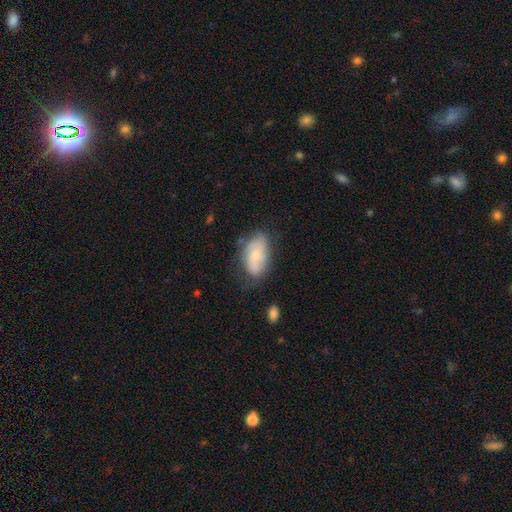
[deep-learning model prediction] Smooth or featured: smooth — 58% (featured or disk — 35%)
How rounded: in between — 91% (round — 7%)
Merging: none — 57% (minor disturbance — 29%)